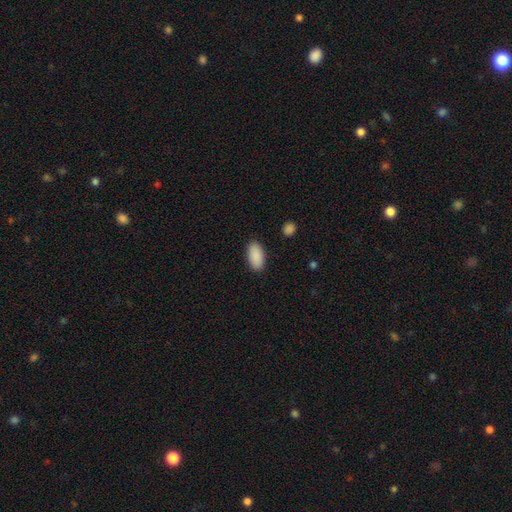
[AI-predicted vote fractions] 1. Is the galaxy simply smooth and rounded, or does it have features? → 91% smooth, 6% star or artifact, 3% featured or disk.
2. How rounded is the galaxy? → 93% in between, 4% cigar-shaped, 2% round.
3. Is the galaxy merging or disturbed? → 89% none, 8% minor disturbance, 2% major disturbance, 1% merger.